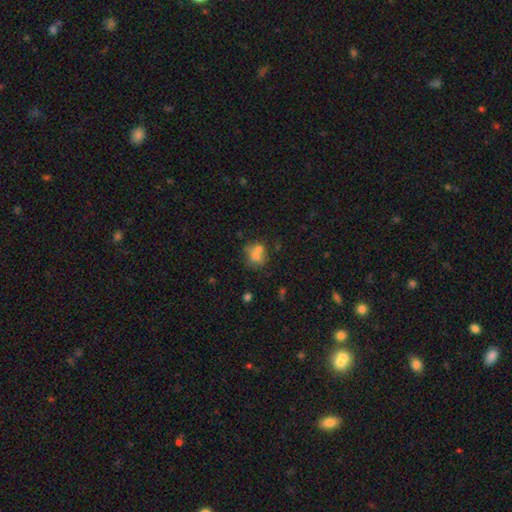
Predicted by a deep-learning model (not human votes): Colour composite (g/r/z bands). It shows a smooth galaxy with no disk features (64%) that is round (71%). Merging: none (44%).